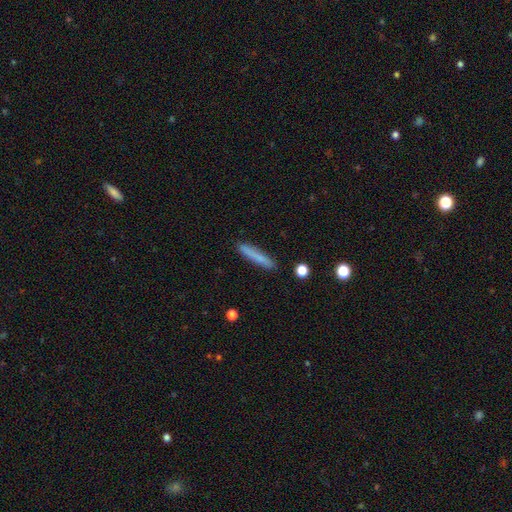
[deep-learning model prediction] Morphology: type=smooth (76%); roundness=cigar-shaped (93%); merging=none (89%).